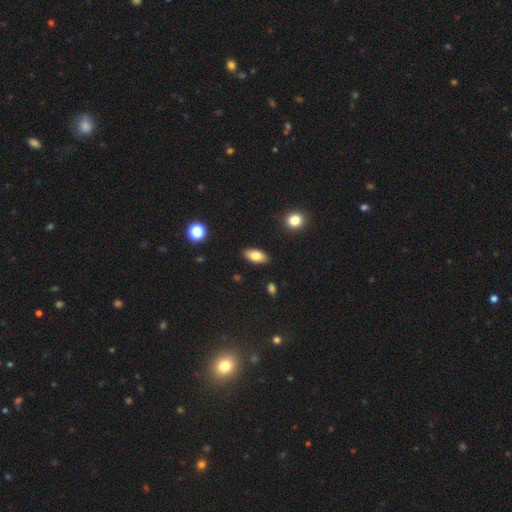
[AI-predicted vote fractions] Overall: smooth (80%). How rounded: in between (88%). Merging: none (88%).